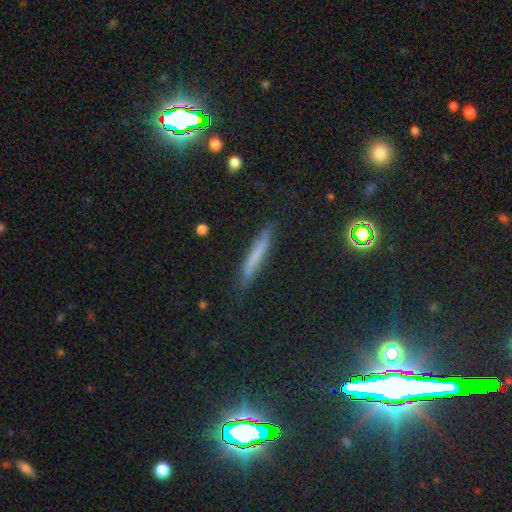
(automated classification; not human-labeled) Smooth or featured? smooth (61%)
How rounded? cigar-shaped (92%)
Merging? none (84%)